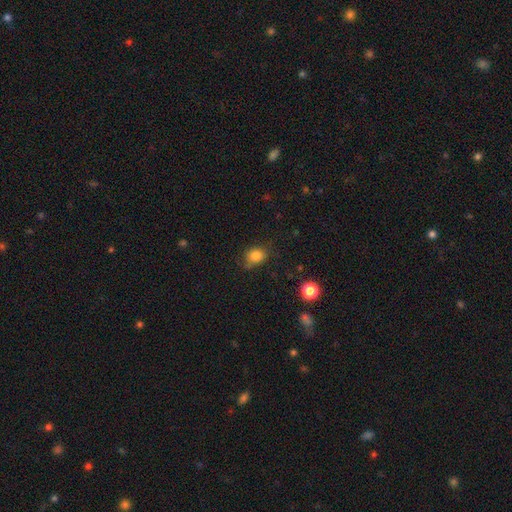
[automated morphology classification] This is clearly a smooth galaxy (82%). How rounded: possibly in between (51%). Merging: likely none (67%).